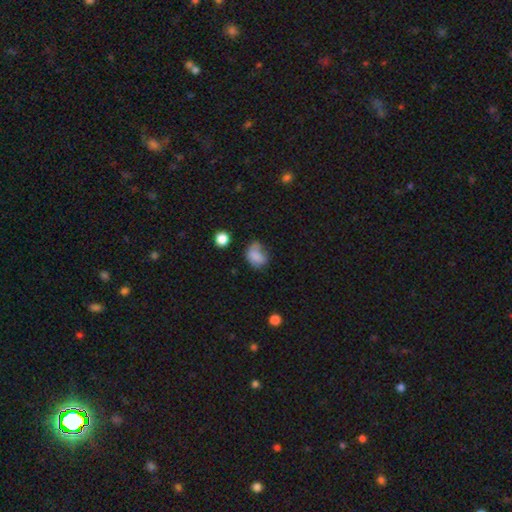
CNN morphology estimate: The model was most divided on "merging": none: 41%, minor disturbance: 33%, major disturbance: 17%, merger: 9%. More confident: smooth or featured — smooth (79%); how rounded — in between (67%).